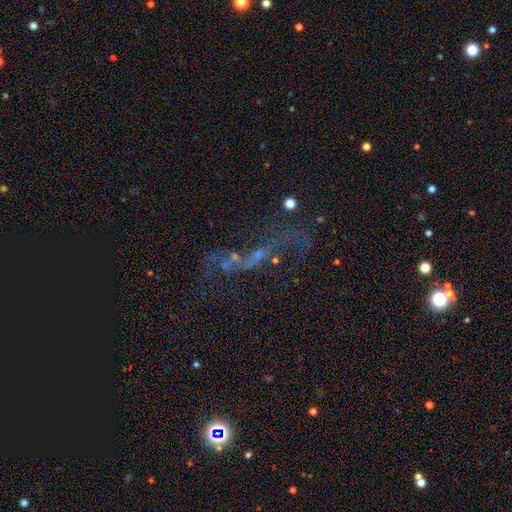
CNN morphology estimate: The model was most divided on "merging": none: 33%, major disturbance: 32%, merger: 24%, minor disturbance: 11%. More confident: edge-on disk — no (89%); smooth or featured — featured or disk (51%).